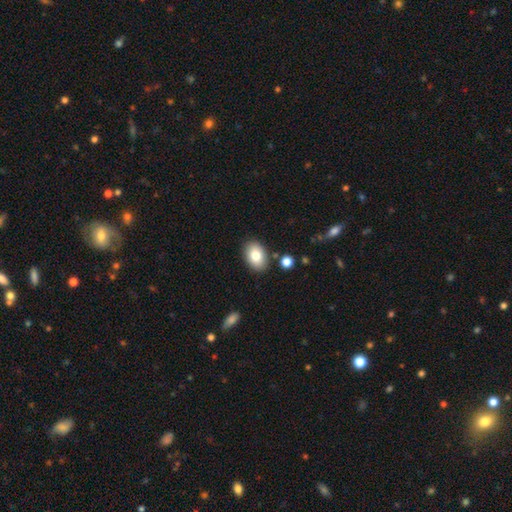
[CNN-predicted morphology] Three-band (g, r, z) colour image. It shows a smooth galaxy with no disk features (81%) that is in between round and cigar-shaped (85%). Merging: none (84%).